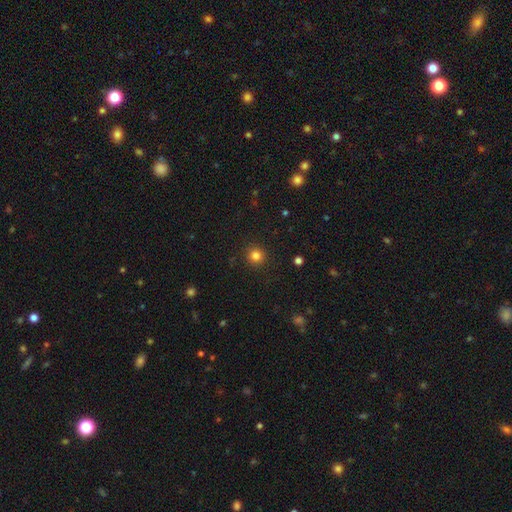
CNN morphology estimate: Smooth or featured? Predicted: smooth (p=0.83). How rounded? Predicted: round (p=0.94). Merging? Predicted: none (p=0.92).